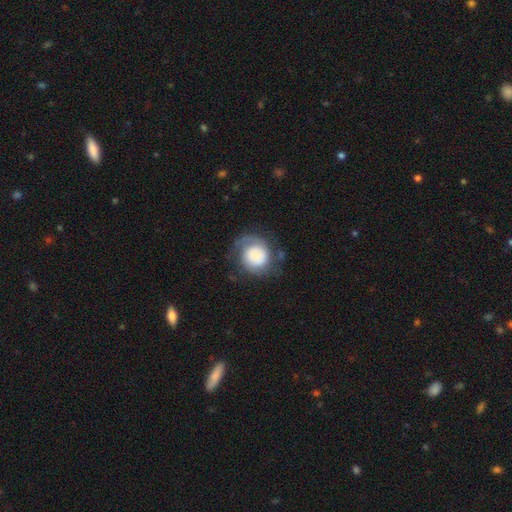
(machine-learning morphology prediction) Q: Smooth or featured?
A: featured or disk (50%); runner-up: smooth (42%)
Q: Merging?
A: none (58%); runner-up: minor disturbance (22%)